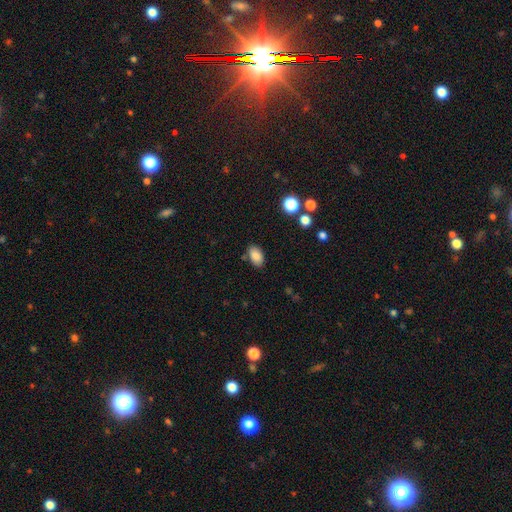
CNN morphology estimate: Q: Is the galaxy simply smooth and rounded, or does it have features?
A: smooth — 86%.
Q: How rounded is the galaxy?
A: in between — 91%.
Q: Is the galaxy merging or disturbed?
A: none — 82%.